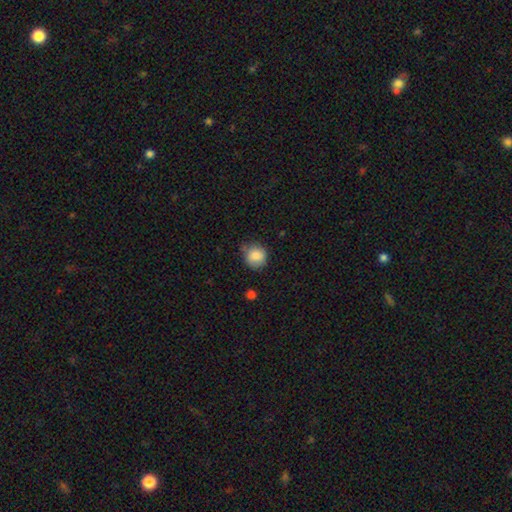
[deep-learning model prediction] smooth_or_featured: smooth (p=0.87) [alt: star or artifact p=0.08]
how_rounded: round (p=0.87) [alt: in between p=0.12]
merging: none (p=0.69) [alt: minor disturbance p=0.23]